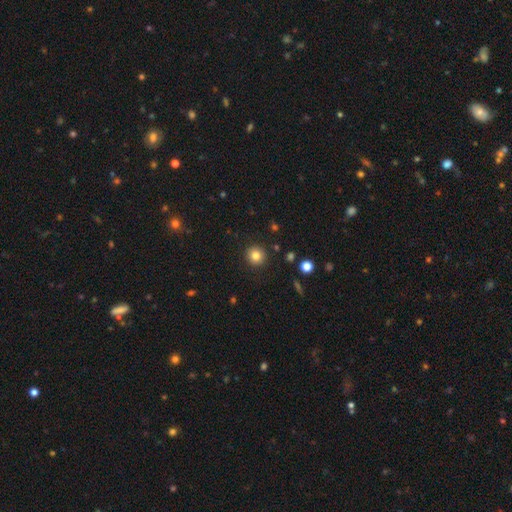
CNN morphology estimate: Smooth or featured? smooth (82%)
How rounded? round (94%)
Merging? none (91%)